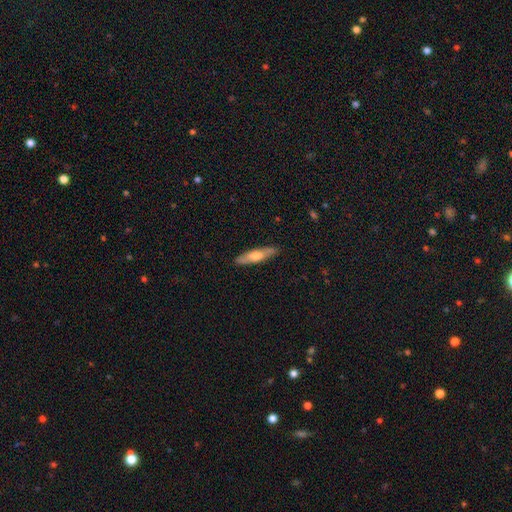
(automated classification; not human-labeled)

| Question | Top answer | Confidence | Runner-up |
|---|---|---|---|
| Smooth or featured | smooth | 51% | featured or disk (43%) |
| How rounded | cigar-shaped | 75% | in between (23%) |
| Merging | none | 87% | minor disturbance (10%) |